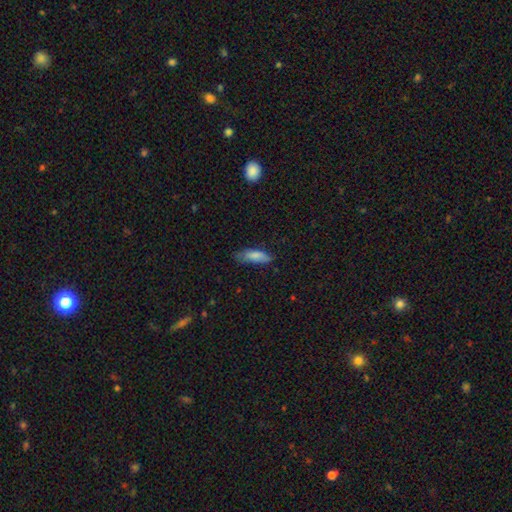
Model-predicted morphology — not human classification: Overall: smooth (80%). How rounded: in between (61%; cigar-shaped 37%). Merging: none (61%; minor disturbance 30%).